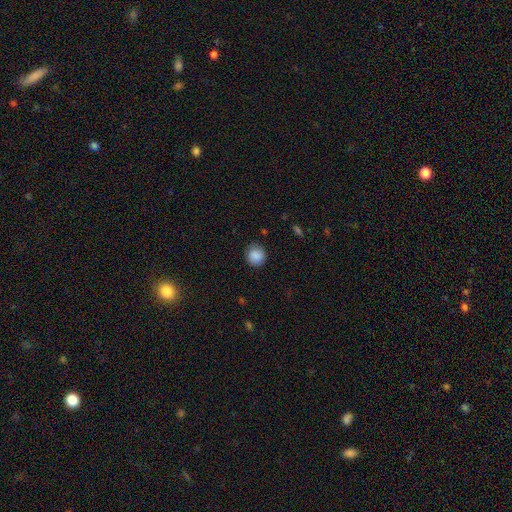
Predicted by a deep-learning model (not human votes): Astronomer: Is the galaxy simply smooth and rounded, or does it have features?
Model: smooth — 87%.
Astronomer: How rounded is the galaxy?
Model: round — 89%.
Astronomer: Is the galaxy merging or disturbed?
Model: none — 84%.